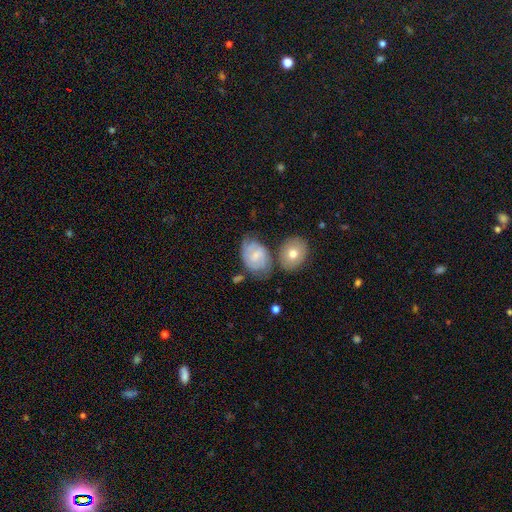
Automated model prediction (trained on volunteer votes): Smooth or featured: featured or disk — 52% (smooth — 41%)
Edge-on disk: no — 96% (yes — 4%)
Merging: none — 56% (minor disturbance — 24%)